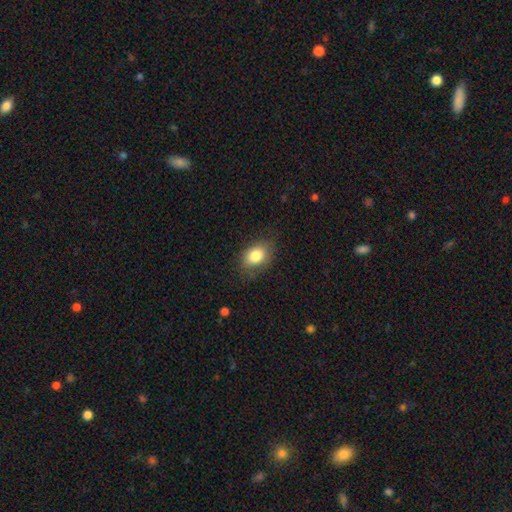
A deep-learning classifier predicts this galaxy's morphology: type=smooth (82%); roundness=in between (79%); merging=none (78%).